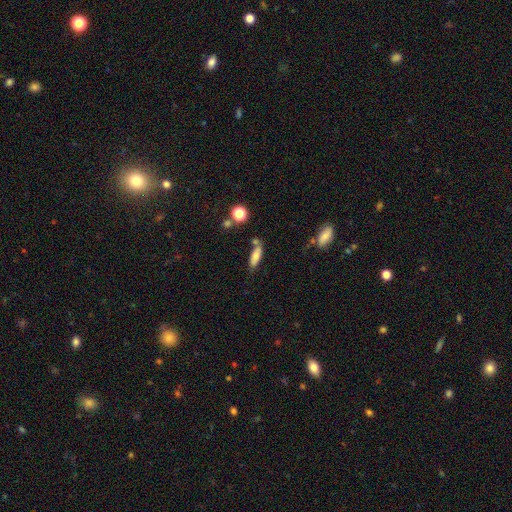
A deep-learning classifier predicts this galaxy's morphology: smooth 73%, featured or disk 18%, star or artifact 10%. Down the decision tree: how rounded — in between (62%); merging — none (58%).